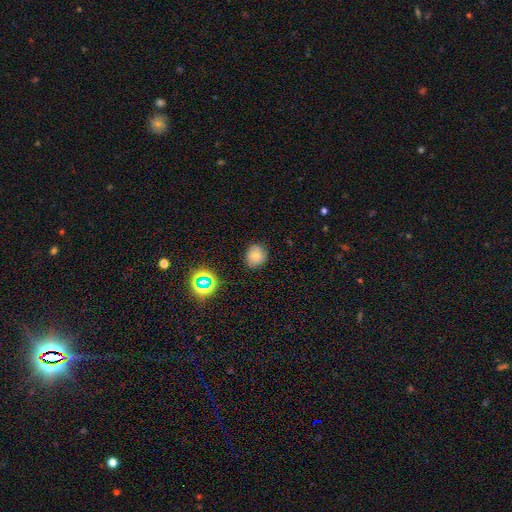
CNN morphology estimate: The model was most divided on "smooth or featured": smooth: 62%, featured or disk: 21%, star or artifact: 16%. More confident: merging — none (78%); how rounded — round (75%).